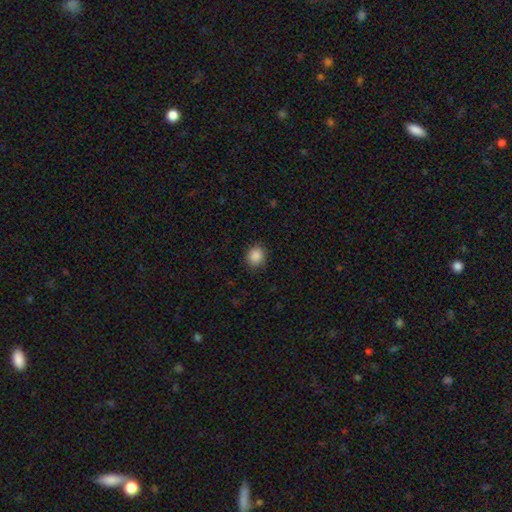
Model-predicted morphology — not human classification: Smooth or featured? Predicted: smooth (p=0.88). How rounded? Predicted: round (p=0.77). Merging? Predicted: none (p=0.89).